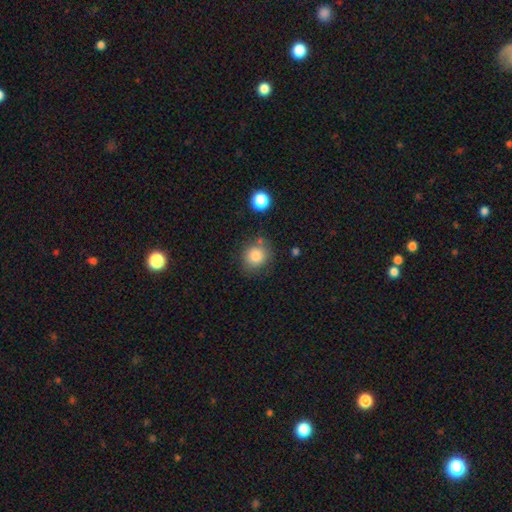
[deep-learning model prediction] Smooth or featured?
  - smooth: 83% *
  - star or artifact: 10%
  - featured or disk: 7%
How rounded?
  - round: 83% *
  - in between: 16%
  - cigar-shaped: 1%
Merging?
  - none: 74% *
  - minor disturbance: 15%
  - merger: 6%
  - major disturbance: 5%